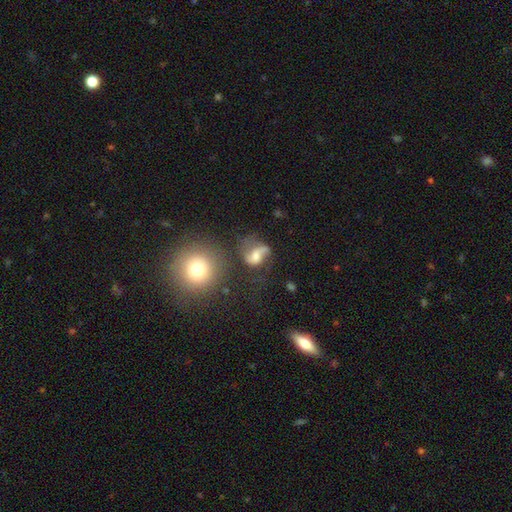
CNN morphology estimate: type=featured or disk (60%); edge-on=no (97%); bar=no (41%, tied with weak); spiral arms=yes (83%); bulge=moderate (50%); merging=none (45%).